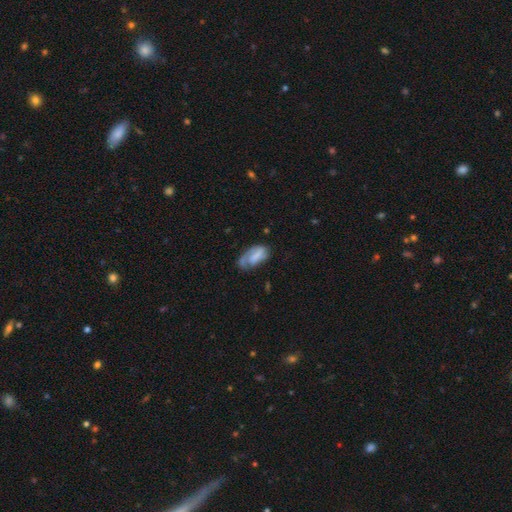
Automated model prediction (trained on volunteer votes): Q: Smooth or featured?
A: smooth (51%); runner-up: featured or disk (42%)
Q: How rounded?
A: in between (90%); runner-up: cigar-shaped (6%)
Q: Merging?
A: none (42%); runner-up: minor disturbance (32%)